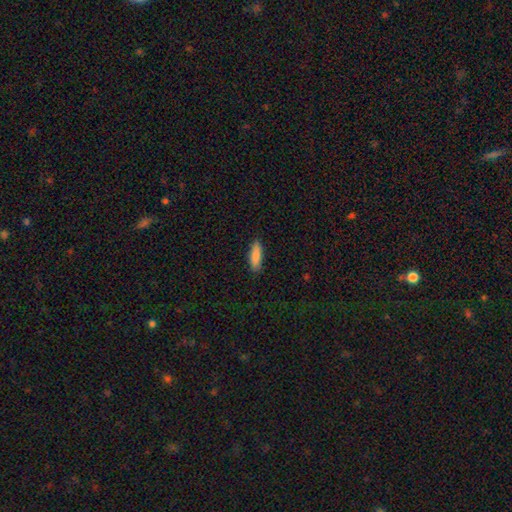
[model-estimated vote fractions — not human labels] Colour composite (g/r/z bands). It shows a smooth galaxy with no disk features (87%) that is cigar-shaped (56%). Merging: none (88%).